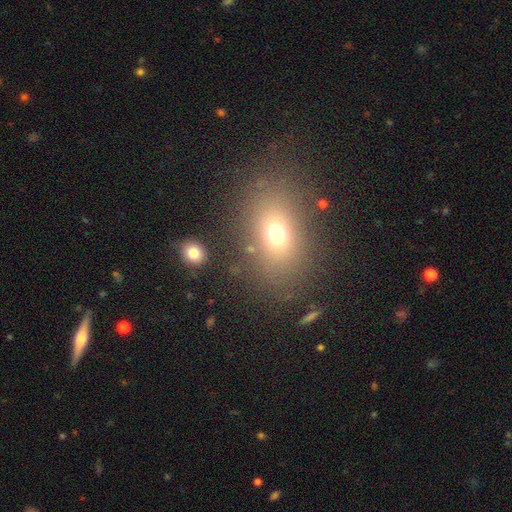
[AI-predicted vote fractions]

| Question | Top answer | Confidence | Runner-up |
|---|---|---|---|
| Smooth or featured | smooth | 63% | star or artifact (23%) |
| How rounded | in between | 71% | round (26%) |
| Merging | none | 83% | minor disturbance (9%) |